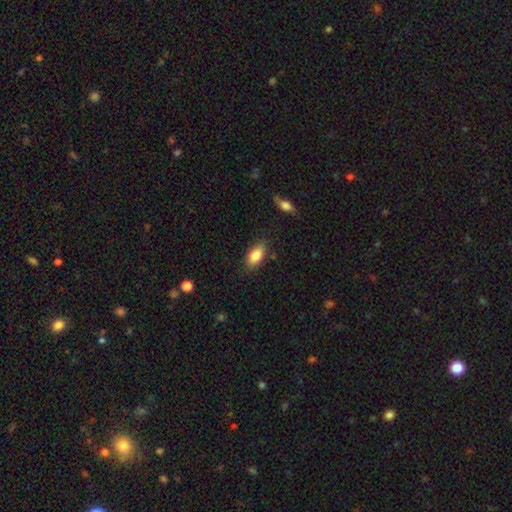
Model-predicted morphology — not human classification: Overall: smooth (85%). How rounded: in between (90%). Merging: none (81%).